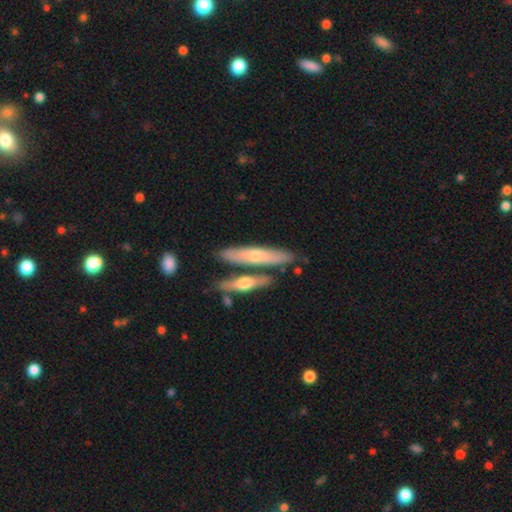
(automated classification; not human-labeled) This is possibly a featured or disk galaxy (47%, tied with smooth). Merging: likely none (69%).